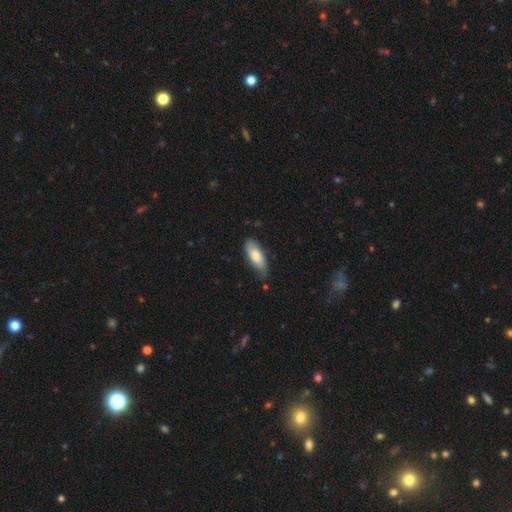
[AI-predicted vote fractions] This appears to be a smooth galaxy with no disk features (73%) that is in between round and cigar-shaped (73%). Merging: none (68%).